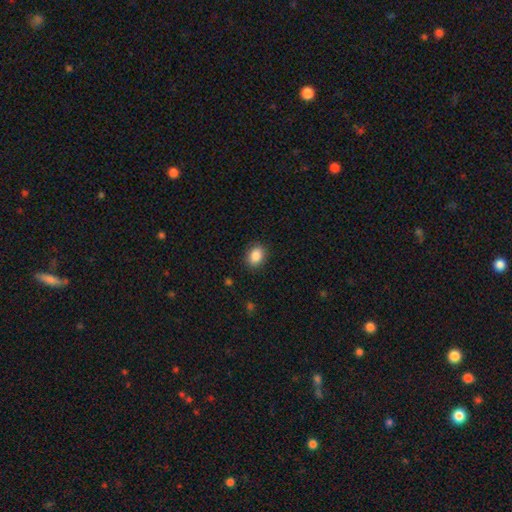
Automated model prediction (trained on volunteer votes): smooth_or_featured: smooth (p=0.87) [alt: star or artifact p=0.08]
how_rounded: in between (p=0.64) [alt: round p=0.35]
merging: none (p=0.88) [alt: minor disturbance p=0.08]